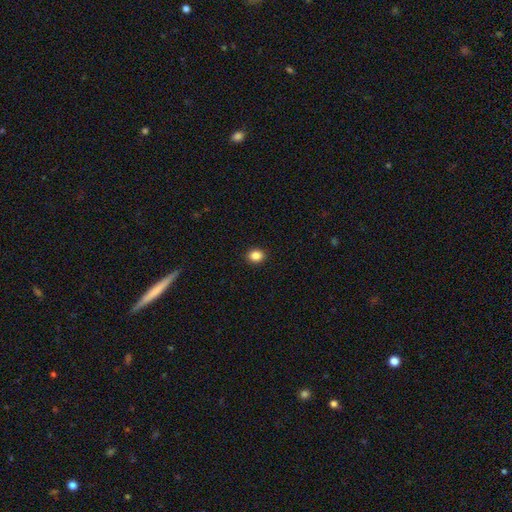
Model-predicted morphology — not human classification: Q: Smooth or featured?
A: smooth (86%); runner-up: star or artifact (10%)
Q: How rounded?
A: round (62%); runner-up: in between (37%)
Q: Merging?
A: none (92%); runner-up: minor disturbance (5%)